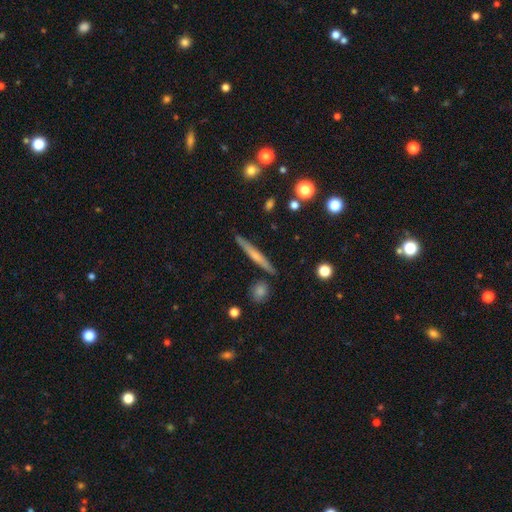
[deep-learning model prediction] This appears to be a featured or disk galaxy (47%). Merging: none (87%).